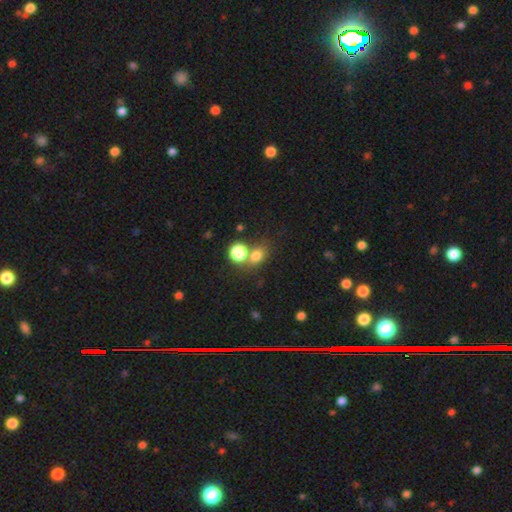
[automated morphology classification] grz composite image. It shows a smooth galaxy with no disk features (73%) that is round (57%). Merging: none (56%).